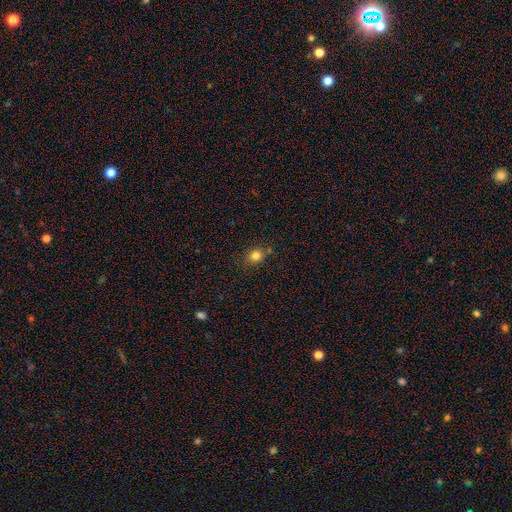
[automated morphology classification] smooth-or-featured: smooth: 81% | star or artifact: 13% | featured or disk: 6%
  how-rounded: round: 66% | in between: 33% | cigar-shaped: 1%
  merging: none: 75% | minor disturbance: 16% | merger: 6% | major disturbance: 4%